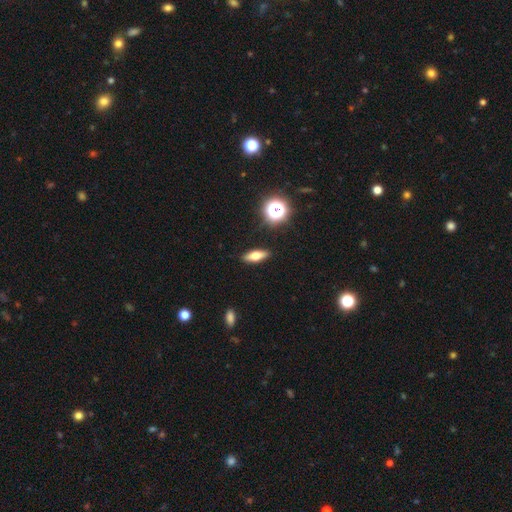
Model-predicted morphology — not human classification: Q: Smooth or featured?
A: smooth (60%); runner-up: featured or disk (29%)
Q: How rounded?
A: in between (55%); runner-up: cigar-shaped (38%)
Q: Merging?
A: none (89%); runner-up: minor disturbance (8%)